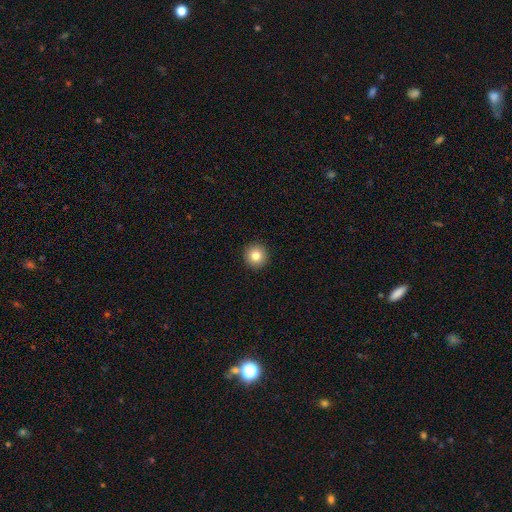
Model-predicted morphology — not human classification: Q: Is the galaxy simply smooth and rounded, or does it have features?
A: smooth — 82%.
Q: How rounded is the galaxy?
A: round — 96%.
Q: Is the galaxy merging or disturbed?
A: none — 94%.